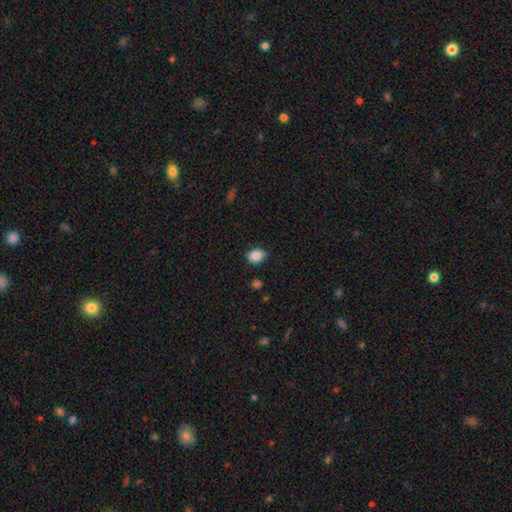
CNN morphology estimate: Smooth or featured? smooth (87%)
How rounded? in between (63%)
Merging? none (82%)